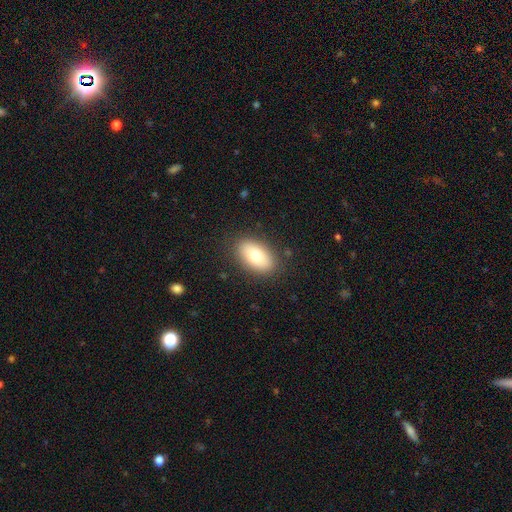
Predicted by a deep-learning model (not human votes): A smooth galaxy with no disk features (78%) that is in between round and cigar-shaped (92%).

Vote fractions:
- Smooth or featured? smooth: 78% / featured or disk: 15% / star or artifact: 7%
- How rounded? in between: 92% / round: 6% / cigar-shaped: 2%
- Merging? none: 86% / minor disturbance: 10% / major disturbance: 3% / merger: 1%